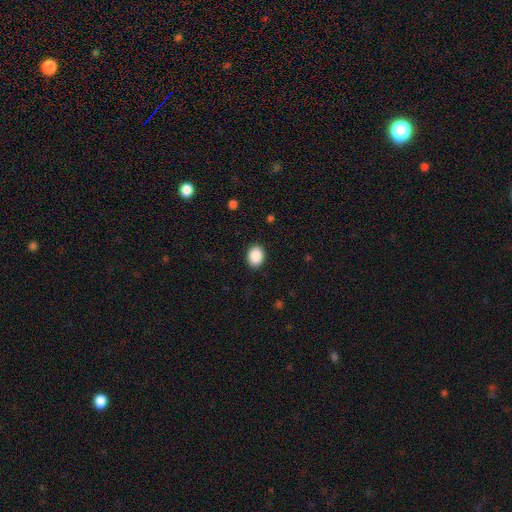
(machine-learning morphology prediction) Smooth or featured: smooth — 89% (star or artifact — 8%)
How rounded: in between — 64% (round — 35%)
Merging: none — 90% (minor disturbance — 7%)